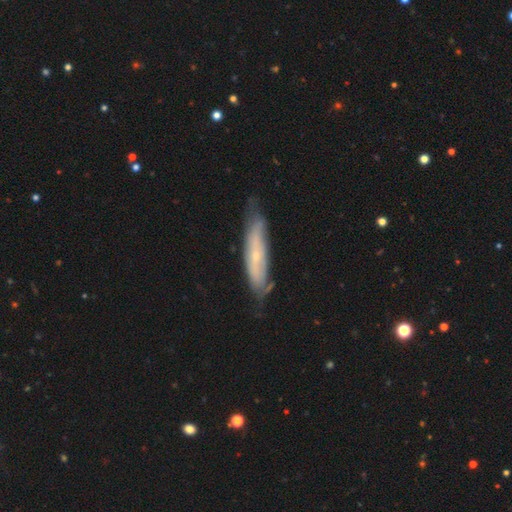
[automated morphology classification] This appears to be a featured or disk galaxy (58%). Merging: none (64%).